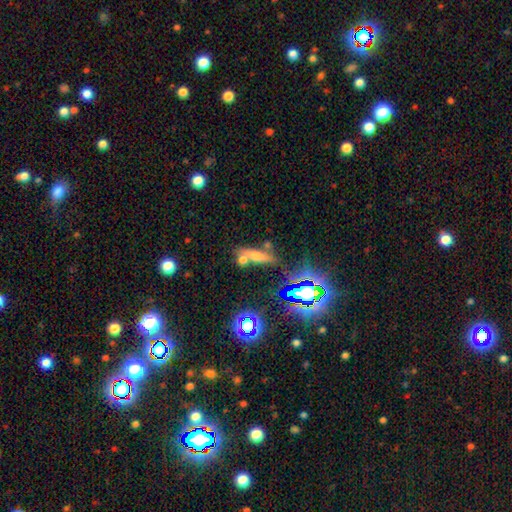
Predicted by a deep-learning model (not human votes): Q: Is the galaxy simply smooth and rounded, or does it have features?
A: smooth — 51%.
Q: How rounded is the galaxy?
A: cigar-shaped — 59%.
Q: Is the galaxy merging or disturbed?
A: none — 56%.